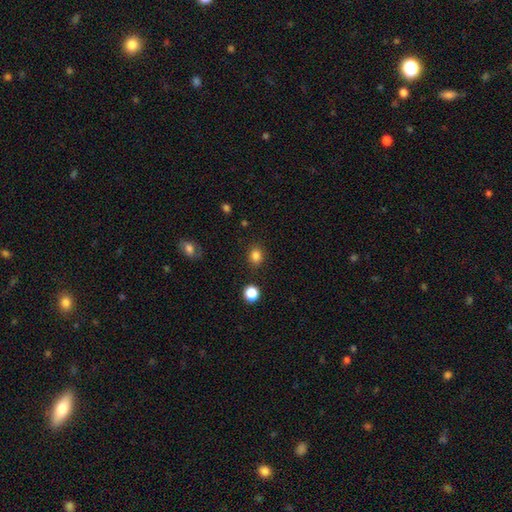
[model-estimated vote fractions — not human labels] Smooth or featured? Predicted: smooth (p=0.84). How rounded? Predicted: round (p=0.59). Merging? Predicted: none (p=0.86).